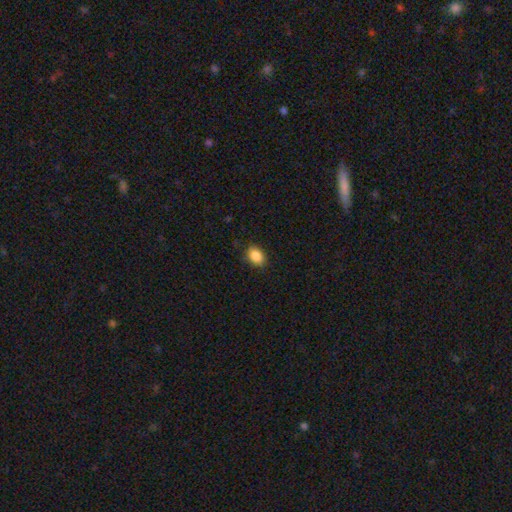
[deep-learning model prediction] Smooth or featured: smooth — 88% (star or artifact — 8%)
How rounded: in between — 77% (round — 22%)
Merging: none — 86% (minor disturbance — 11%)